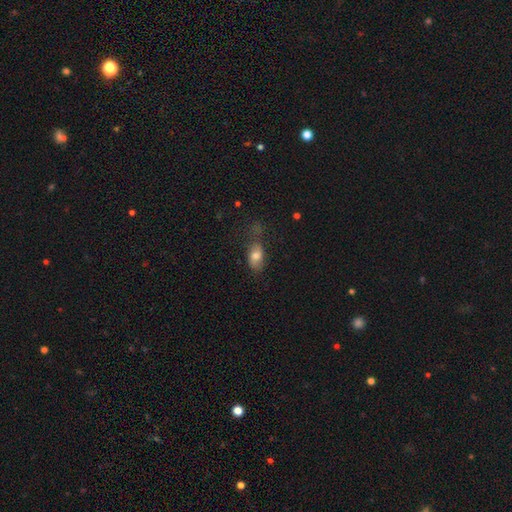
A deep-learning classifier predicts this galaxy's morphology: Smooth or featured: smooth — 70% (featured or disk — 21%)
How rounded: in between — 84% (round — 10%)
Merging: none — 54% (minor disturbance — 26%)